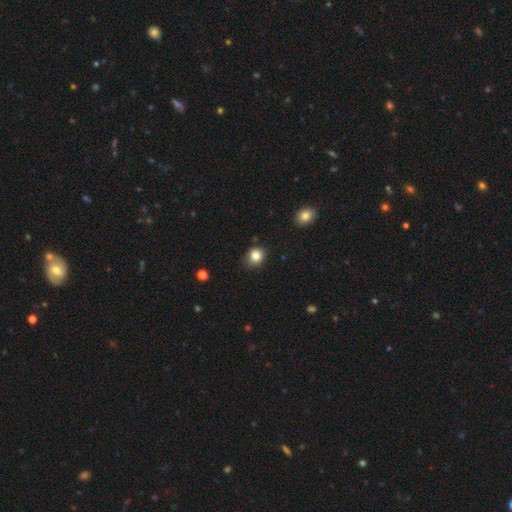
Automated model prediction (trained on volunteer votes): Smooth or featured: smooth — 83% (star or artifact — 11%)
How rounded: round — 76% (in between — 23%)
Merging: none — 75% (minor disturbance — 19%)